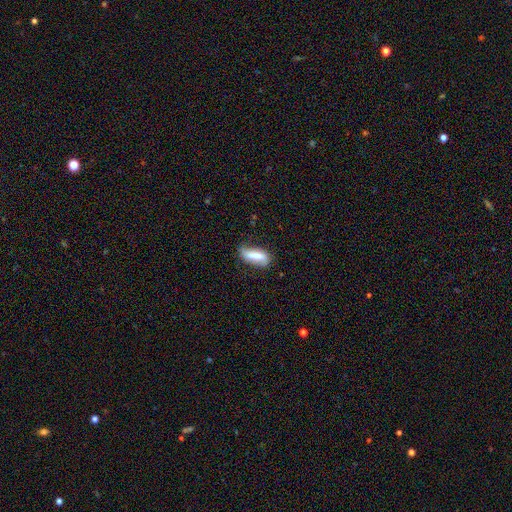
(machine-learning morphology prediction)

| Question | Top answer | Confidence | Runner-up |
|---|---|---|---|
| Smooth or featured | smooth | 53% | featured or disk (39%) |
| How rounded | in between | 72% | cigar-shaped (25%) |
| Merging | none | 59% | minor disturbance (29%) |